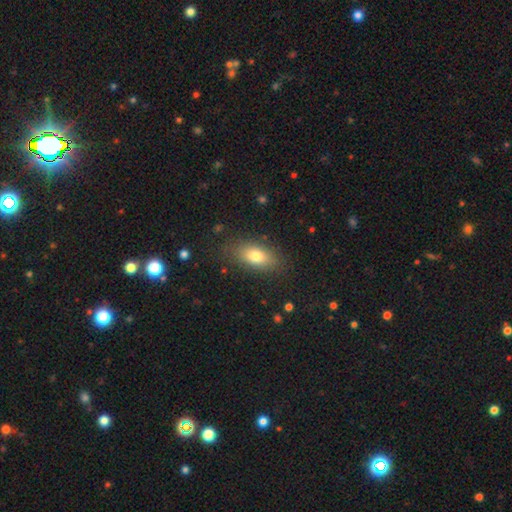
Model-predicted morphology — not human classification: smooth_or_featured: smooth (p=0.77) [alt: featured or disk p=0.14]
how_rounded: in between (p=0.87) [alt: round p=0.07]
merging: none (p=0.82) [alt: minor disturbance p=0.12]